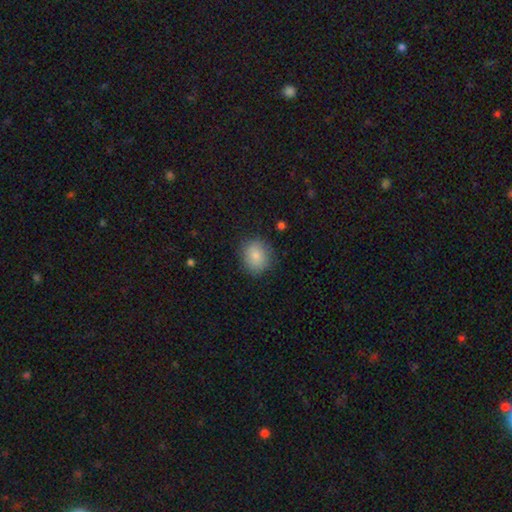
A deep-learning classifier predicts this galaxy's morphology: type=smooth (83%); roundness=round (69%); merging=none (83%).